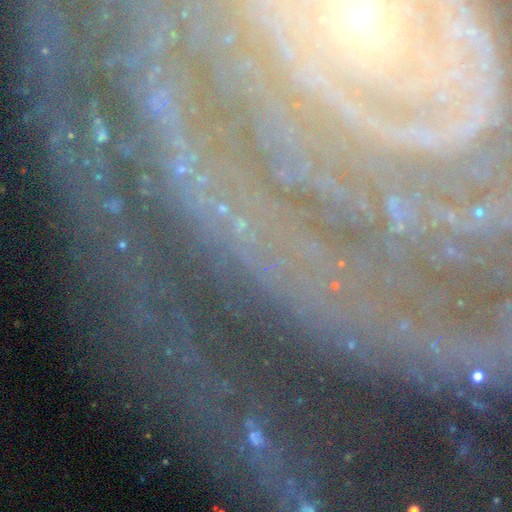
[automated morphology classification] featured or disk 58%, star or artifact 31%, smooth 11%. Down the decision tree: edge-on disk — no (87%); bar — strong (37%); spiral arms — yes (87%); bulge size — small (61%); merging — none (68%).